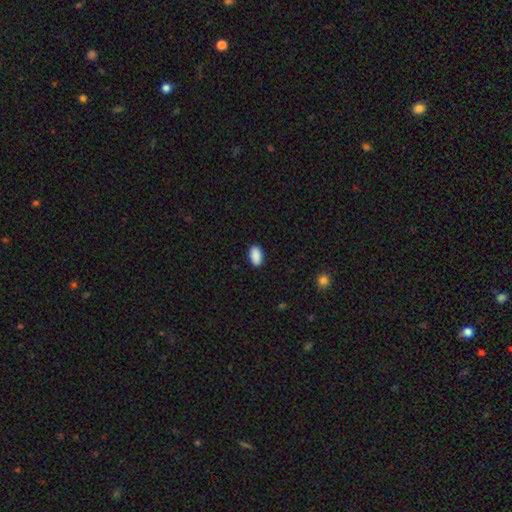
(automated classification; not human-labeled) Smooth or featured? Predicted: smooth (p=0.90). How rounded? Predicted: in between (p=0.94). Merging? Predicted: none (p=0.90).